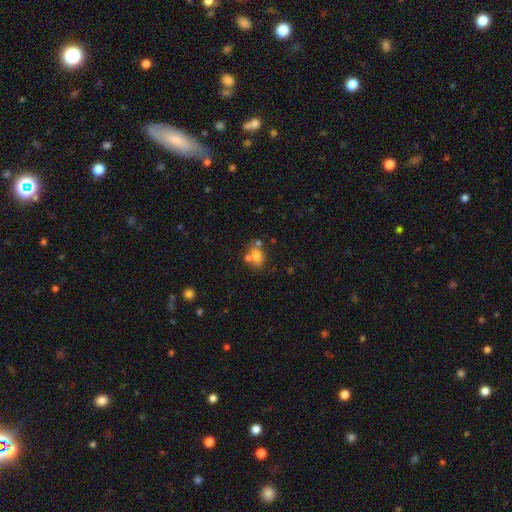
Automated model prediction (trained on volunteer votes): Smooth or featured: smooth — 71% (featured or disk — 16%)
How rounded: in between — 62% (round — 37%)
Merging: none — 48% (merger — 34%)